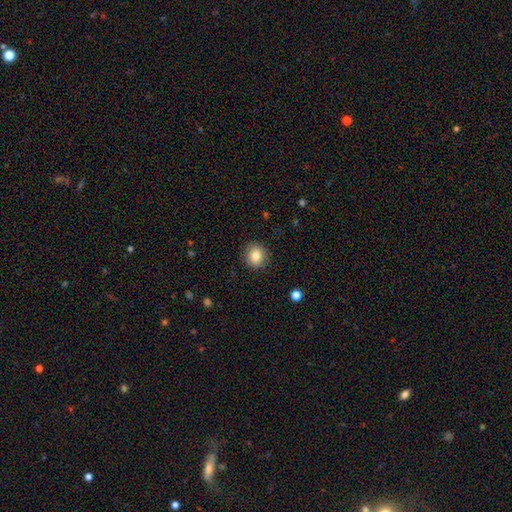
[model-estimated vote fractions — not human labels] Q: Smooth or featured?
A: smooth (83%); runner-up: star or artifact (9%)
Q: How rounded?
A: round (87%); runner-up: in between (12%)
Q: Merging?
A: none (89%); runner-up: minor disturbance (8%)